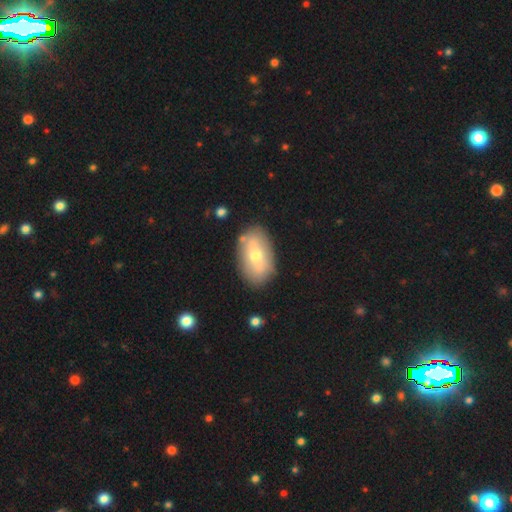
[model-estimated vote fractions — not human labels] A smooth galaxy with no disk features (52%) that is in between round and cigar-shaped (91%).

Vote fractions:
- Smooth or featured? smooth: 52% / featured or disk: 41% / star or artifact: 7%
- How rounded? in between: 91% / round: 6% / cigar-shaped: 3%
- Merging? none: 82% / minor disturbance: 11% / merger: 3% / major disturbance: 3%